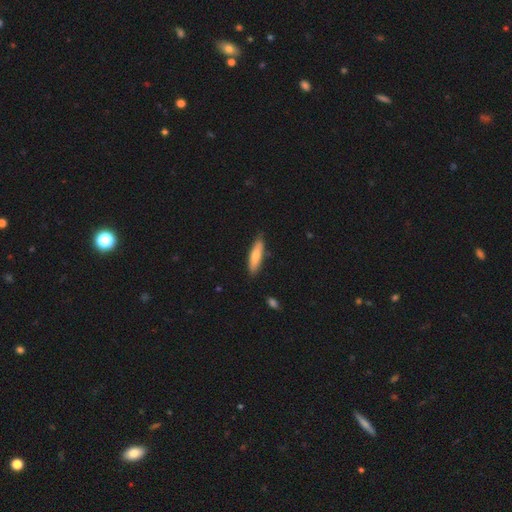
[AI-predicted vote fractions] Q: Smooth or featured?
A: smooth (71%); runner-up: featured or disk (23%)
Q: How rounded?
A: cigar-shaped (70%); runner-up: in between (28%)
Q: Merging?
A: none (81%); runner-up: minor disturbance (15%)